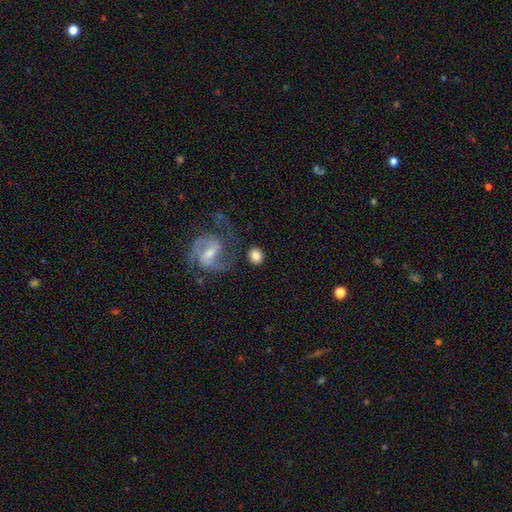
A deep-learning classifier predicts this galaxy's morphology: type=smooth (74%); roundness=round (73%); merging=none (73%).